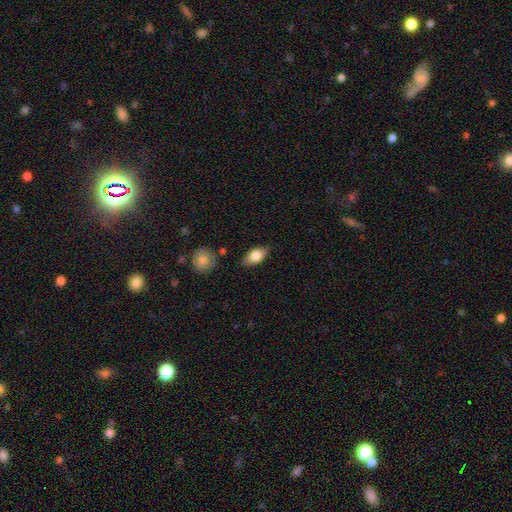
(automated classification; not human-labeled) Smooth or featured? smooth (76%)
How rounded? in between (87%)
Merging? none (81%)